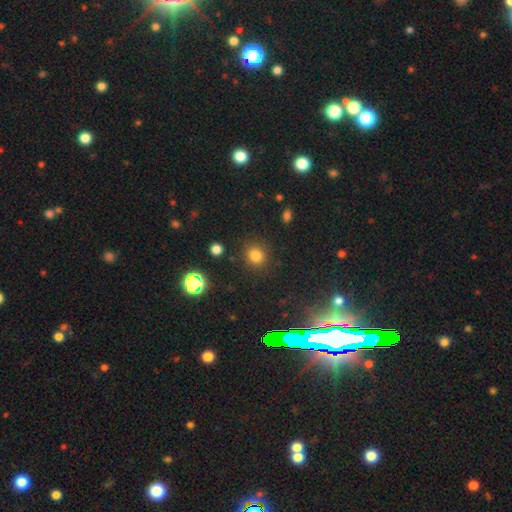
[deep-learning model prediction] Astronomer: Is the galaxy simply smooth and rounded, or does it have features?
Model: smooth — 77%.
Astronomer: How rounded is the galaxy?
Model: round — 90%.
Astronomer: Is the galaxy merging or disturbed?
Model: none — 87%.